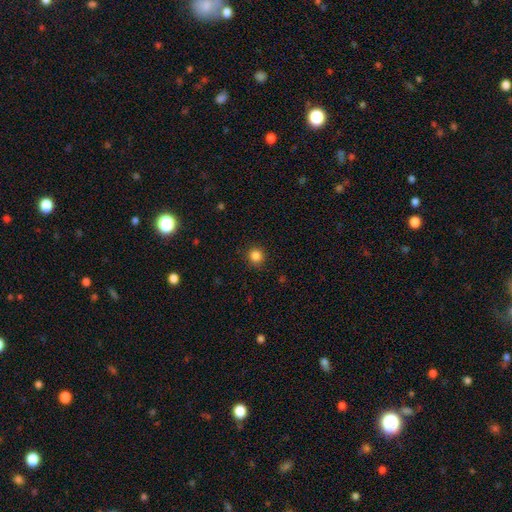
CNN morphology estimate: Smooth or featured: smooth — 85% (star or artifact — 12%)
How rounded: round — 92% (in between — 7%)
Merging: none — 90% (minor disturbance — 6%)